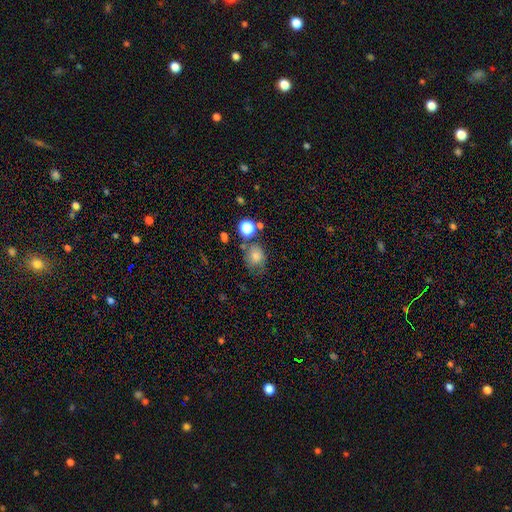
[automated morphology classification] Smooth or featured: smooth — 77% (star or artifact — 14%)
How rounded: round — 64% (in between — 35%)
Merging: none — 55% (minor disturbance — 23%)